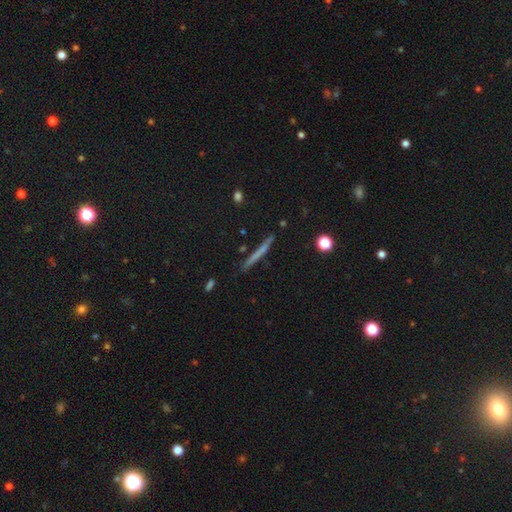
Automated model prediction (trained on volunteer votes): A smooth galaxy with no disk features (47%).

Vote fractions:
- Smooth or featured? smooth: 47% / featured or disk: 44% / star or artifact: 9%
- Merging? none: 88% / minor disturbance: 8% / merger: 2% / major disturbance: 2%